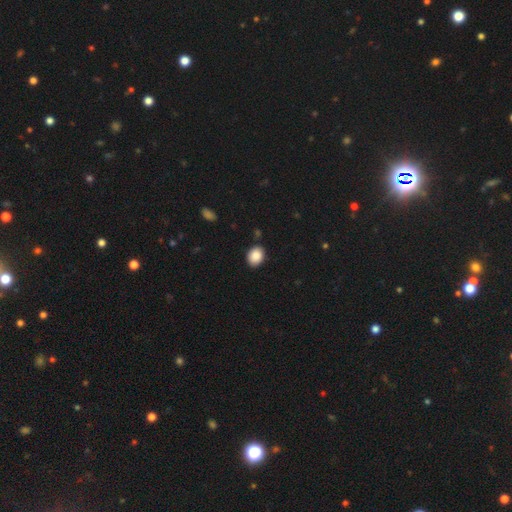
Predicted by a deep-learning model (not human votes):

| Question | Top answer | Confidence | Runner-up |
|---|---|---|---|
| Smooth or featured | smooth | 88% | star or artifact (8%) |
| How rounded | in between | 57% | round (42%) |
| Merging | none | 86% | minor disturbance (10%) |